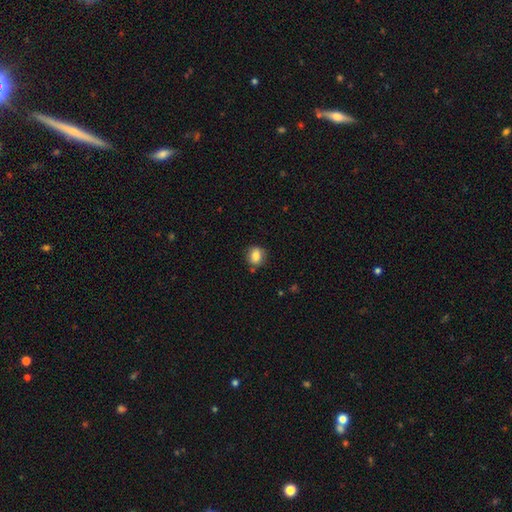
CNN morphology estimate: This is clearly a smooth galaxy (84%). How rounded: likely round (64%). Merging: likely none (79%).